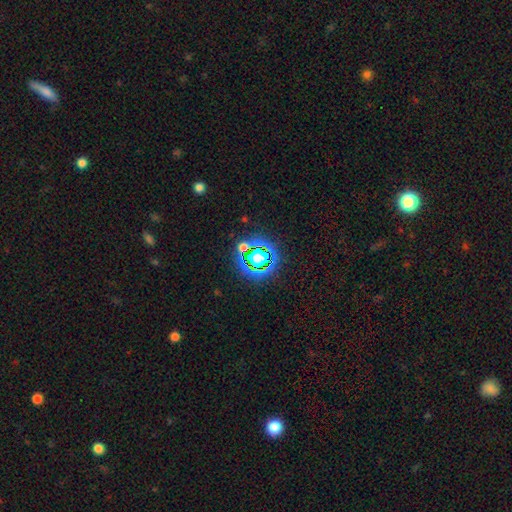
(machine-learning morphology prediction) Overall: star or artifact (65%).